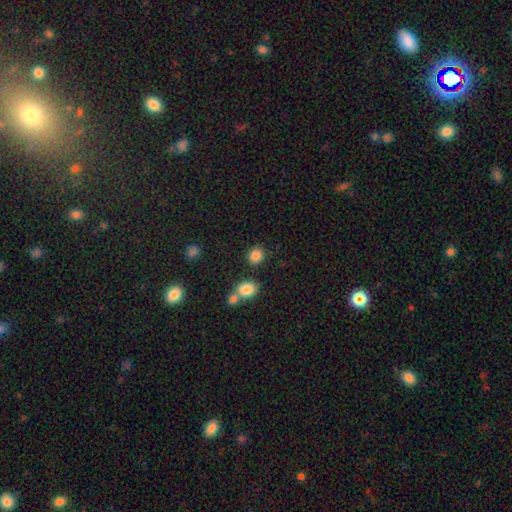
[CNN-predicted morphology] Smooth or featured? Predicted: smooth (p=0.85). How rounded? Predicted: round (p=0.72). Merging? Predicted: none (p=0.78).